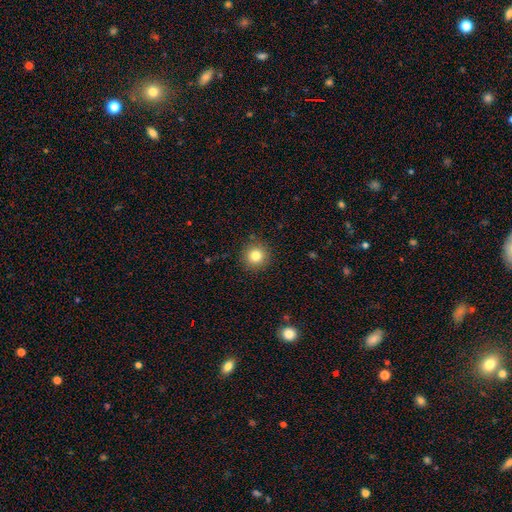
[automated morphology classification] A smooth galaxy with no disk features (81%) that is round (94%).

Vote fractions:
- Smooth or featured? smooth: 81% / star or artifact: 11% / featured or disk: 7%
- How rounded? round: 94% / in between: 5% / cigar-shaped: 1%
- Merging? none: 90% / minor disturbance: 6% / major disturbance: 2% / merger: 1%